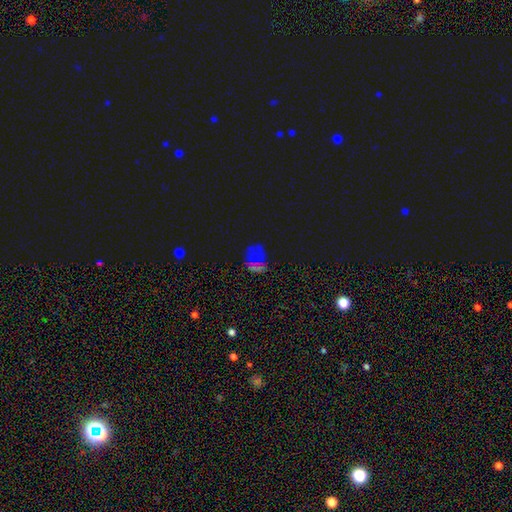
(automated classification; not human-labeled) Q: Smooth or featured?
A: star or artifact (53%); runner-up: smooth (33%)